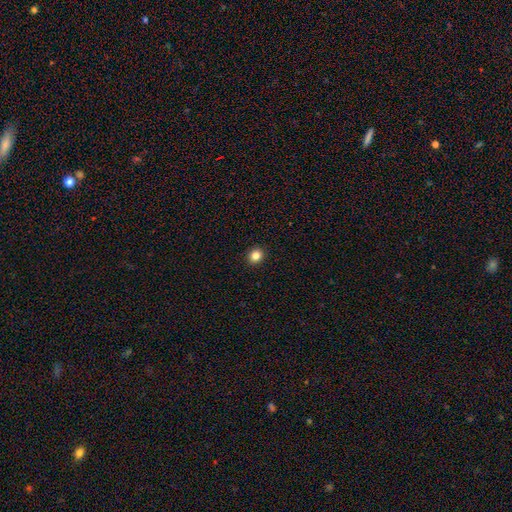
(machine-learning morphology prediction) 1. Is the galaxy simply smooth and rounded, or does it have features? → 84% smooth, 12% star or artifact, 4% featured or disk.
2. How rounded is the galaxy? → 81% round, 19% in between, 1% cigar-shaped.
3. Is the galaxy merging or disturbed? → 93% none, 5% minor disturbance, 1% major disturbance, 1% merger.